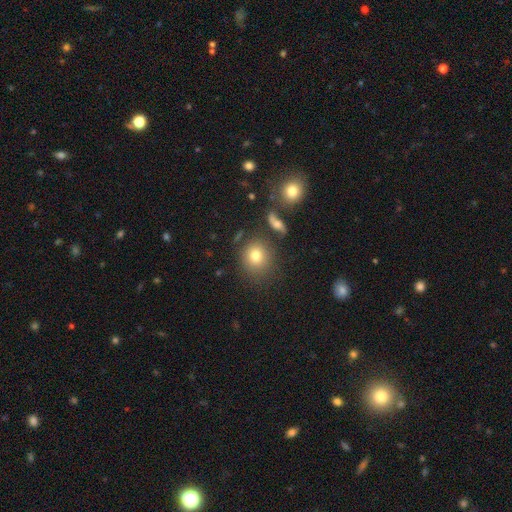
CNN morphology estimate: This is likely a smooth galaxy (77%). How rounded: clearly round (82%). Merging: likely none (78%).